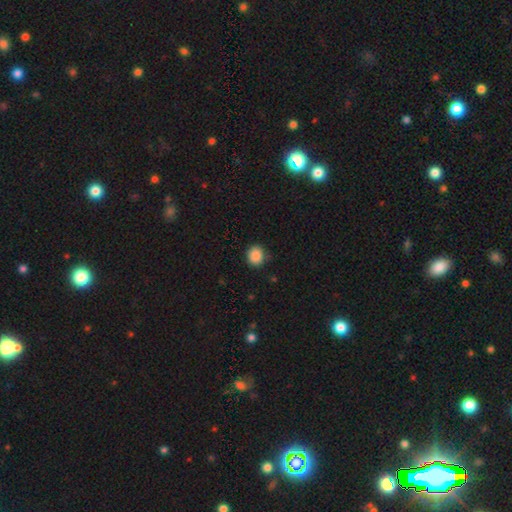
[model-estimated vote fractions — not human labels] The model was most divided on "how rounded": round: 71%, in between: 28%, cigar-shaped: 1%. More confident: smooth or featured — smooth (88%); merging — none (83%).